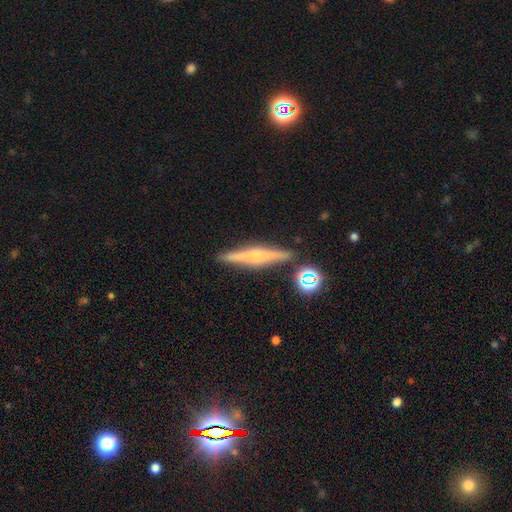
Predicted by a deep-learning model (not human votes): featured or disk 65%, smooth 25%, star or artifact 9%. Down the decision tree: edge-on disk — yes (97%); edge-on bulge — rounded (76%); merging — none (87%).